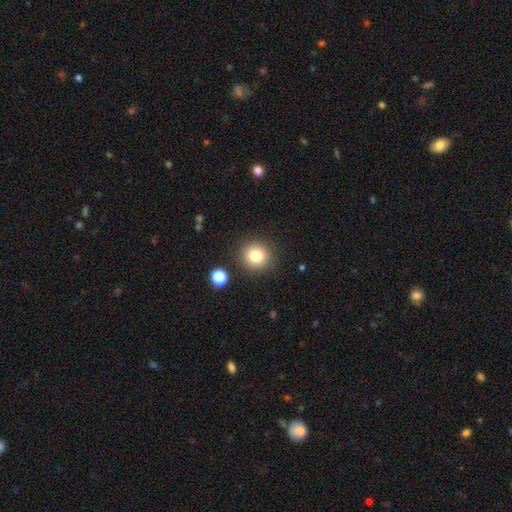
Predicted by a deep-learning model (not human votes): Overall: smooth (81%). How rounded: round (91%). Merging: none (88%).